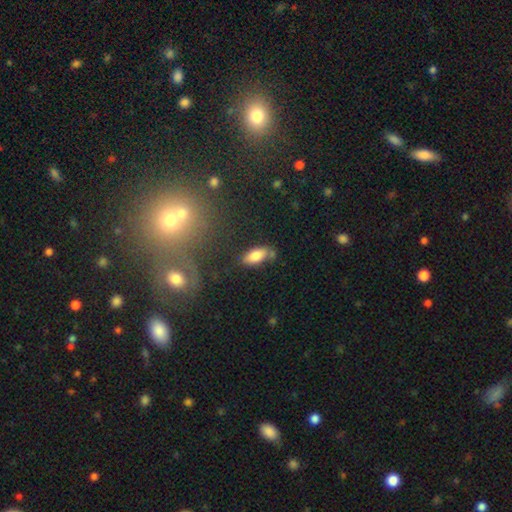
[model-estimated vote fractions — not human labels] A smooth galaxy with no disk features (81%) that is in between round and cigar-shaped (85%).

Vote fractions:
- Smooth or featured? smooth: 81% / featured or disk: 12% / star or artifact: 8%
- How rounded? in between: 85% / cigar-shaped: 13% / round: 3%
- Merging? none: 65% / minor disturbance: 22% / merger: 8% / major disturbance: 6%